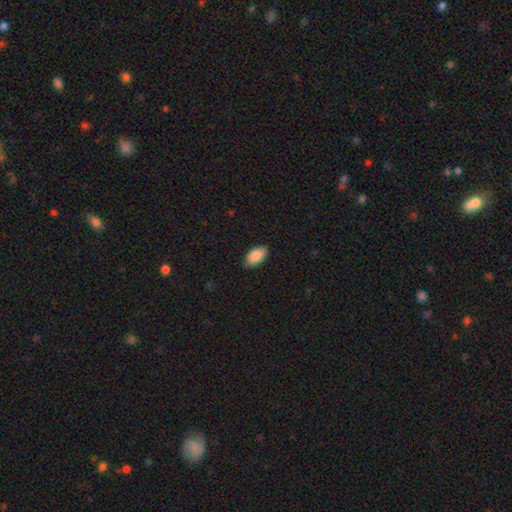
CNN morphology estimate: Smooth or featured: smooth — 89% (star or artifact — 6%)
How rounded: in between — 95% (round — 3%)
Merging: none — 85% (minor disturbance — 12%)